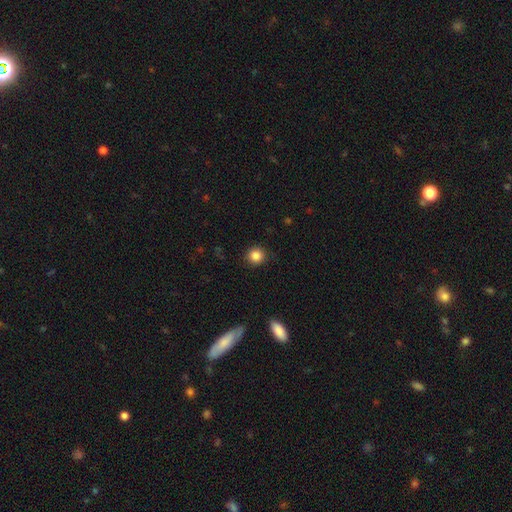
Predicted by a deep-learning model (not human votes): Smooth or featured: smooth — 86% (star or artifact — 10%)
How rounded: round — 92% (in between — 7%)
Merging: none — 89% (minor disturbance — 8%)